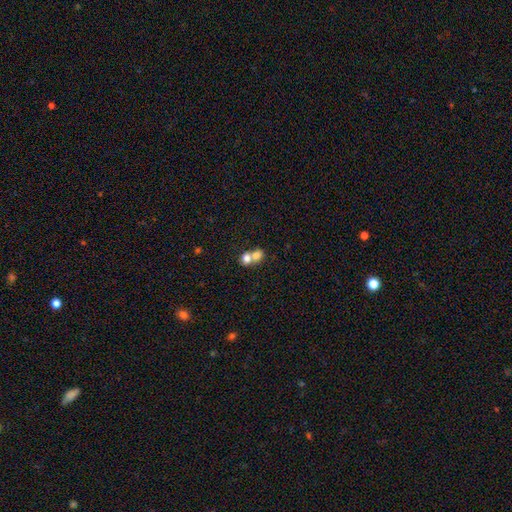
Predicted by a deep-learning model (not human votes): The model was most divided on "how rounded": round: 64%, in between: 35%, cigar-shaped: 1%. More confident: smooth or featured — smooth (75%); merging — merger (70%).